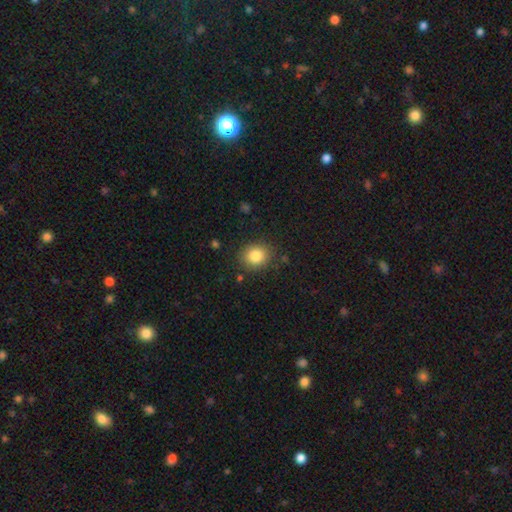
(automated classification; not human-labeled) Smooth or featured: smooth — 83% (star or artifact — 10%)
How rounded: round — 70% (in between — 29%)
Merging: none — 86% (minor disturbance — 9%)